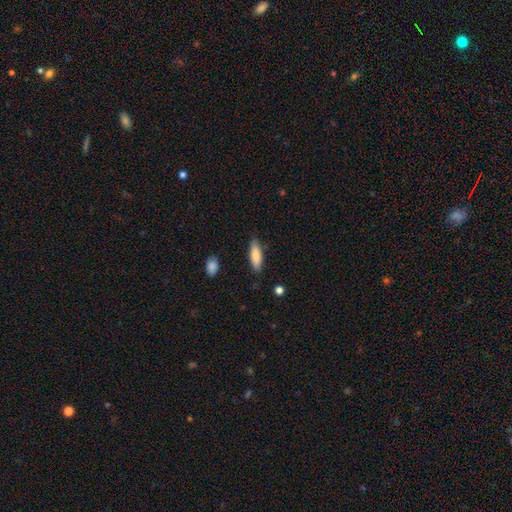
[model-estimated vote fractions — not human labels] This appears to be a smooth galaxy with no disk features (83%) that is cigar-shaped (49%, tied with in between). Merging: none (83%).